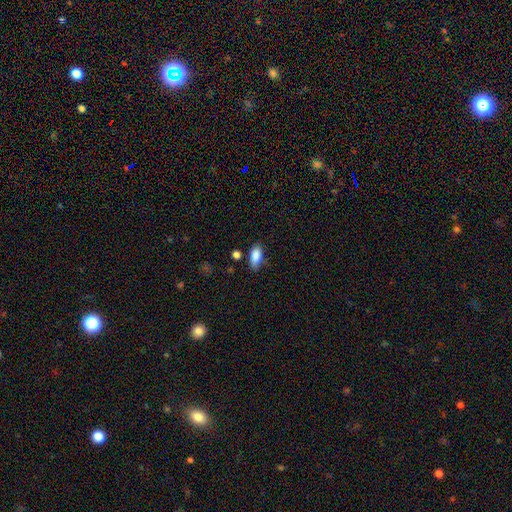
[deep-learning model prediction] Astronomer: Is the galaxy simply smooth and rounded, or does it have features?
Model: smooth — 86%.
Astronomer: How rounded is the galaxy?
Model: in between — 88%.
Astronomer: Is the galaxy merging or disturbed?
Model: none — 66%.